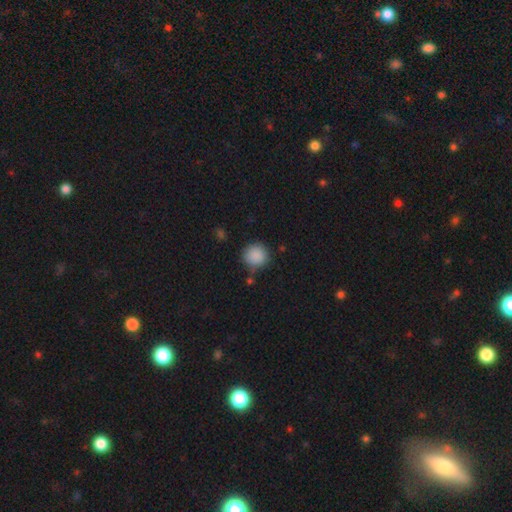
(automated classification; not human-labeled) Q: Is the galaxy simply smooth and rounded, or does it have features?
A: smooth — 88%.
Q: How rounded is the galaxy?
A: round — 92%.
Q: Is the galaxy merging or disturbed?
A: none — 80%.